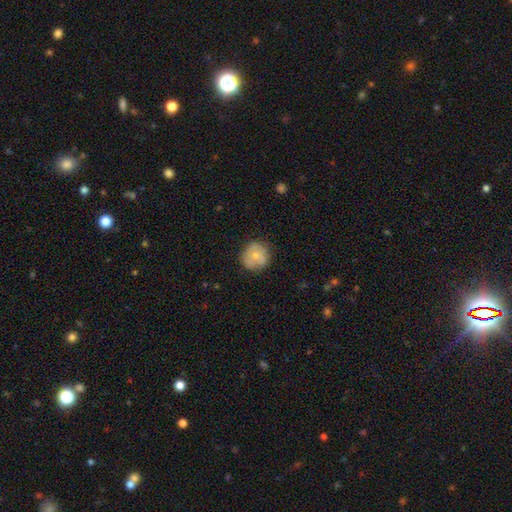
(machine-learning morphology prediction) smooth 62%, featured or disk 31%, star or artifact 8%. Down the decision tree: how rounded — round (88%); merging — none (71%).